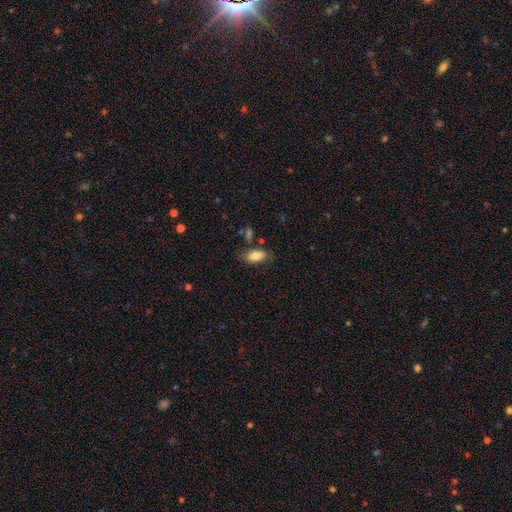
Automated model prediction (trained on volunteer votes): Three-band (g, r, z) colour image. It shows a smooth galaxy with no disk features (84%) that is in between round and cigar-shaped (91%). Merging: none (69%).